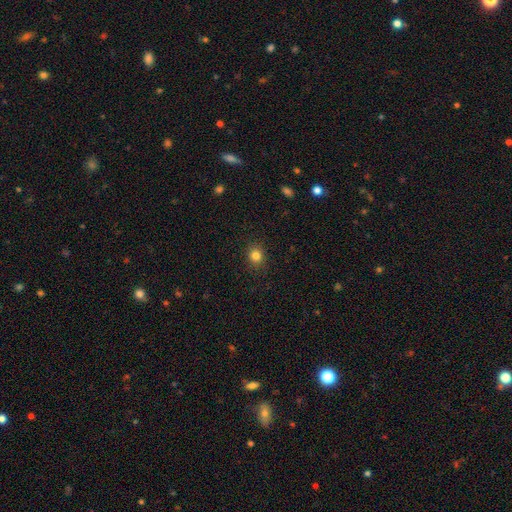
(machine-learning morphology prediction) Smooth or featured: smooth — 82% (star or artifact — 12%)
How rounded: round — 77% (in between — 22%)
Merging: none — 89% (minor disturbance — 7%)